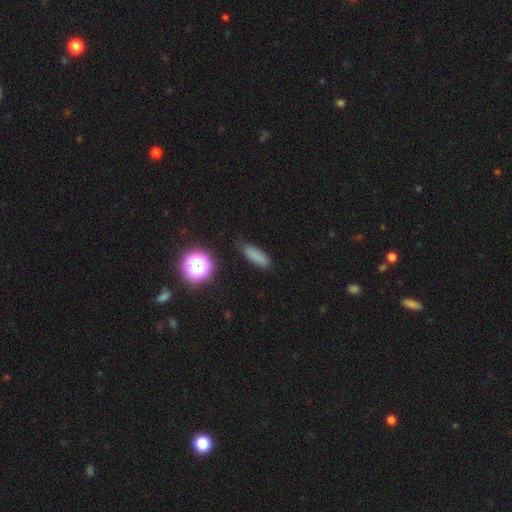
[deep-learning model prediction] Smooth or featured: smooth — 79% (star or artifact — 14%)
How rounded: in between — 54% (cigar-shaped — 41%)
Merging: none — 79% (minor disturbance — 16%)